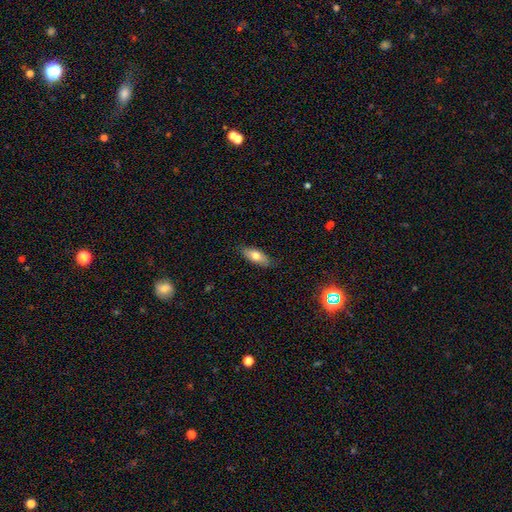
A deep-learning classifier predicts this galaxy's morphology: type=smooth (69%); roundness=in between (77%); merging=none (83%).